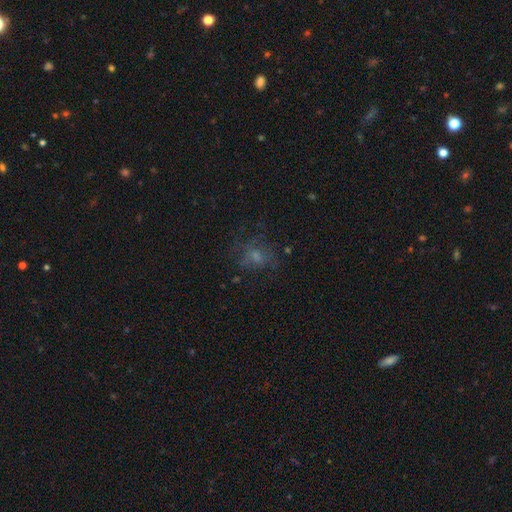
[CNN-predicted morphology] Smooth or featured: smooth — 42% (featured or disk — 34%)
Merging: none — 55% (major disturbance — 25%)